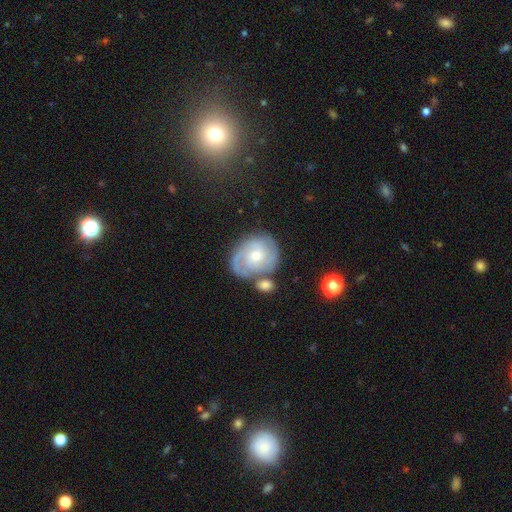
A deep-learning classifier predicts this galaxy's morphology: featured or disk 75%, smooth 19%, star or artifact 6%. Down the decision tree: edge-on disk — no (97%); bar — no (68%); spiral arms — yes (92%); spiral arm count — 2 (37%); spiral winding — tight (59%); bulge size — moderate (55%); merging — none (62%).